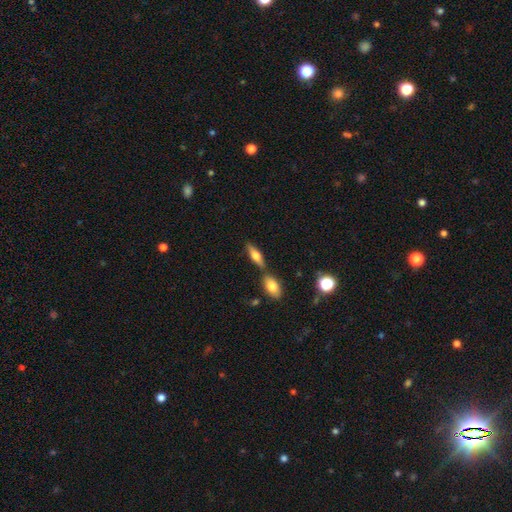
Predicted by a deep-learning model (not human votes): Smooth or featured? smooth (54%)
How rounded? in between (51%)
Merging? none (64%)